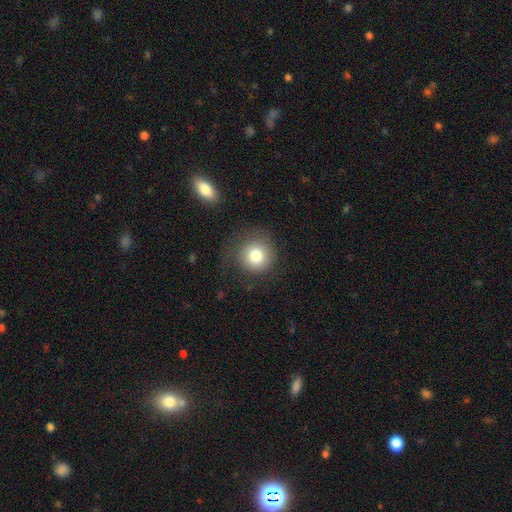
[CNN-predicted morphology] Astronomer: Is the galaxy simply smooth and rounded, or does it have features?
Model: smooth — 79%.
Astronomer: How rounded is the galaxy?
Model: round — 92%.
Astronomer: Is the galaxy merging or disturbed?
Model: none — 75%.